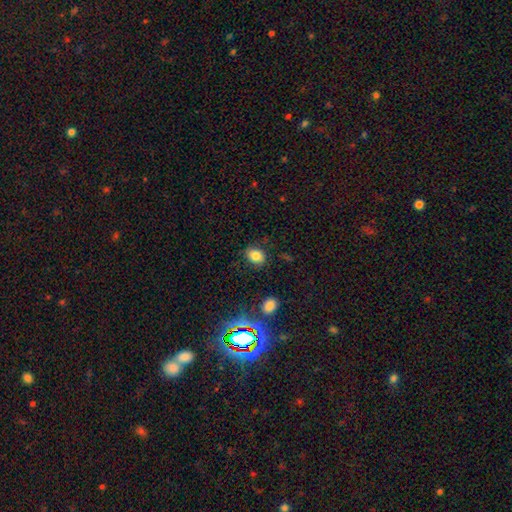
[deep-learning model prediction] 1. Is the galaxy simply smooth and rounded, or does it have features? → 81% smooth, 12% star or artifact, 7% featured or disk.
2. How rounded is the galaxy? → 61% in between, 38% round, 1% cigar-shaped.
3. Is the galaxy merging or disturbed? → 81% none, 13% minor disturbance, 4% major disturbance, 2% merger.